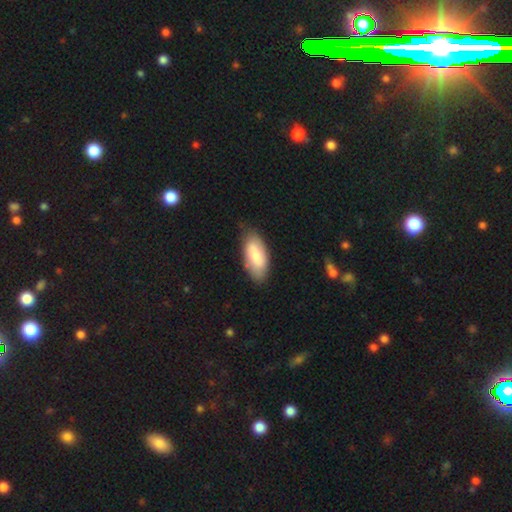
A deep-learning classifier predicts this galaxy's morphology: Overall: smooth (73%). How rounded: in between (89%). Merging: none (75%).